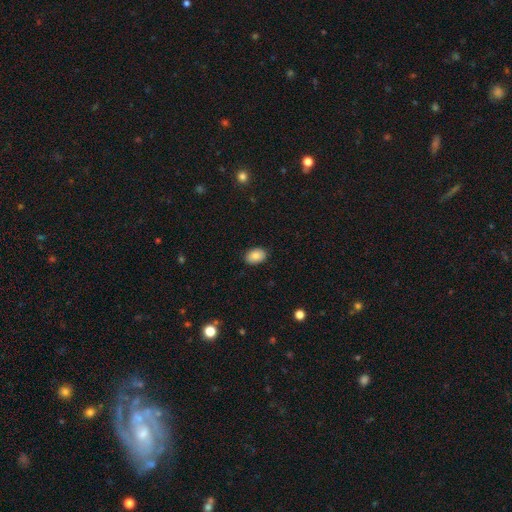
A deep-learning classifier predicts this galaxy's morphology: type=smooth (85%); roundness=in between (81%); merging=none (88%).